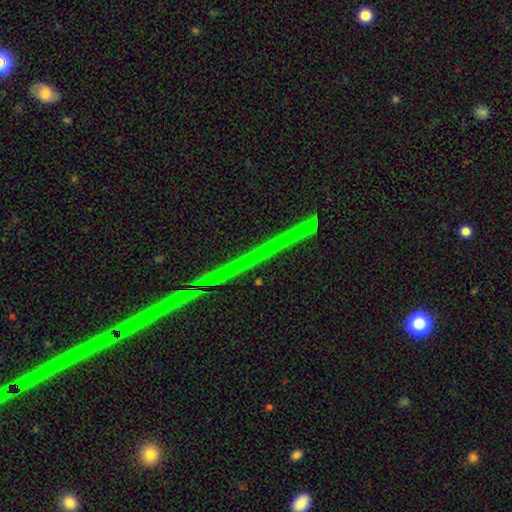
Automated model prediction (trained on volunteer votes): This is likely a star or artifact rather than a galaxy (73%).